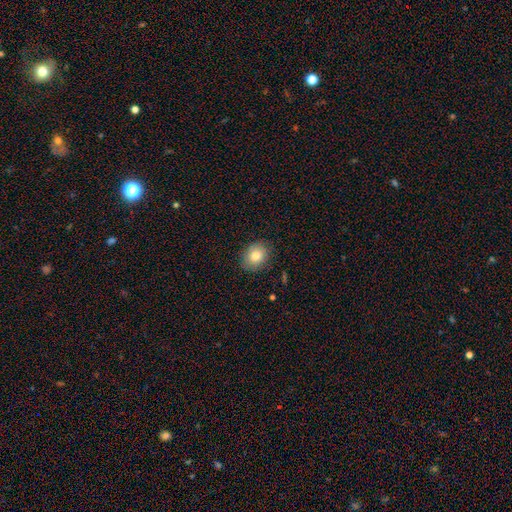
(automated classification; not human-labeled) A smooth galaxy with no disk features (82%) that is round (51%).

Vote fractions:
- Smooth or featured? smooth: 82% / featured or disk: 9% / star or artifact: 9%
- How rounded? round: 51% / in between: 48% / cigar-shaped: 1%
- Merging? none: 86% / minor disturbance: 10% / major disturbance: 2% / merger: 1%